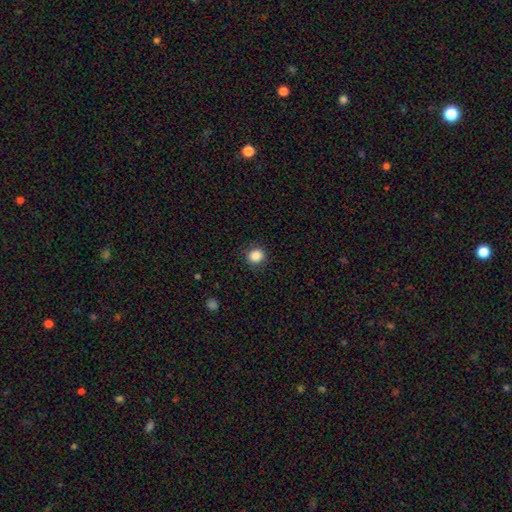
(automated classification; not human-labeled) A smooth galaxy with no disk features (87%) that is round (79%).

Vote fractions:
- Smooth or featured? smooth: 87% / star or artifact: 10% / featured or disk: 3%
- How rounded? round: 79% / in between: 20% / cigar-shaped: 1%
- Merging? none: 87% / minor disturbance: 9% / major disturbance: 3% / merger: 1%